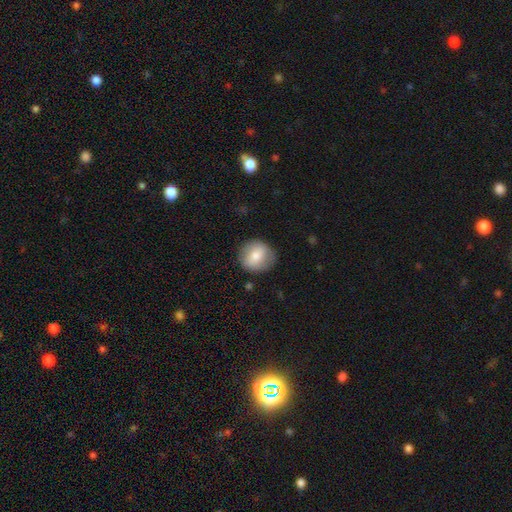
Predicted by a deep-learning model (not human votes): Overall: smooth (72%). How rounded: round (83%). Merging: none (84%).